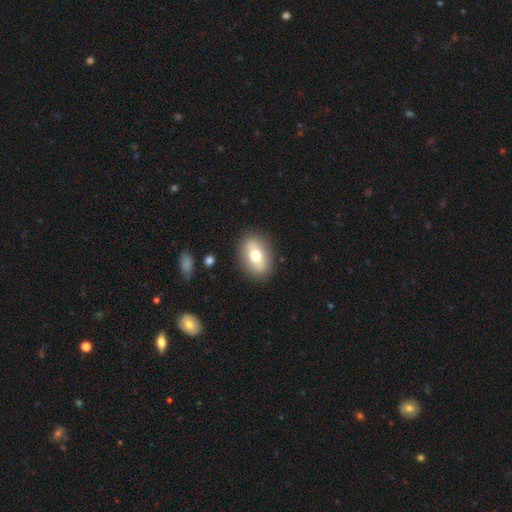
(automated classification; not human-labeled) Smooth or featured: smooth — 66% (featured or disk — 26%)
How rounded: in between — 80% (round — 18%)
Merging: none — 87% (minor disturbance — 9%)